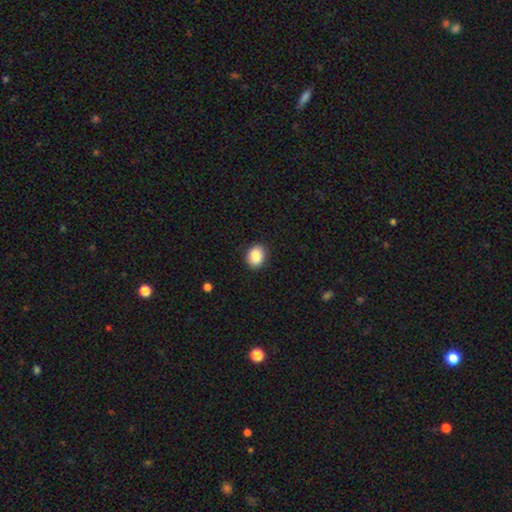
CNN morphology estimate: This appears to be a smooth galaxy with no disk features (87%) that is in between round and cigar-shaped (50%). Merging: none (89%).